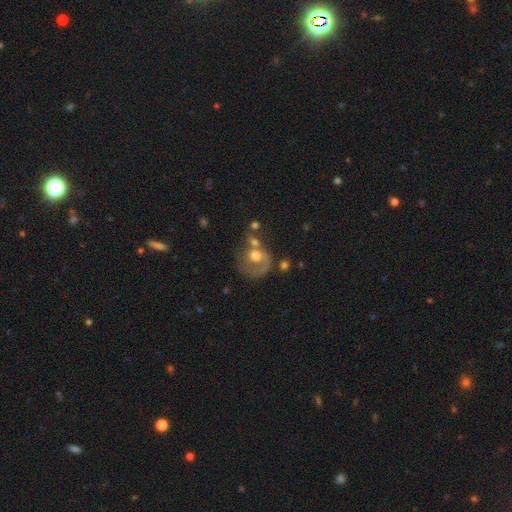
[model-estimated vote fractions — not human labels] smooth_or_featured: featured or disk (p=0.54) [alt: smooth p=0.37]
disk_edge_on: no (p=0.97) [alt: yes p=0.03]
bar: no (p=0.82) [alt: weak p=0.15]
has_spiral_arms: yes (p=0.59) [alt: no p=0.41]
bulge_size: moderate (p=0.52) [alt: large p=0.32]
merging: major disturbance (p=0.32) [alt: none p=0.30]